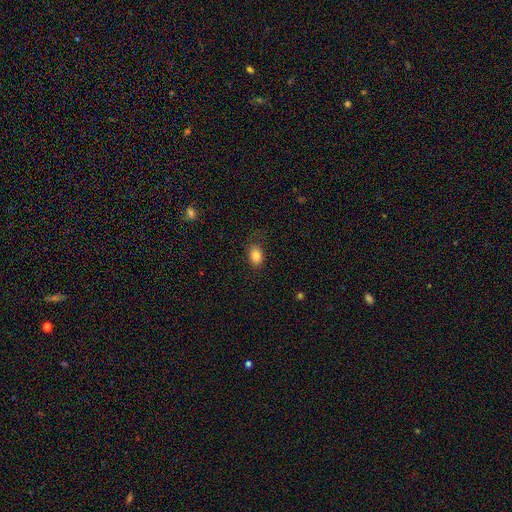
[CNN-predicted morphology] smooth-or-featured: smooth: 83% | star or artifact: 10% | featured or disk: 7%
  how-rounded: in between: 76% | round: 22% | cigar-shaped: 1%
  merging: none: 80% | minor disturbance: 14% | major disturbance: 4% | merger: 1%